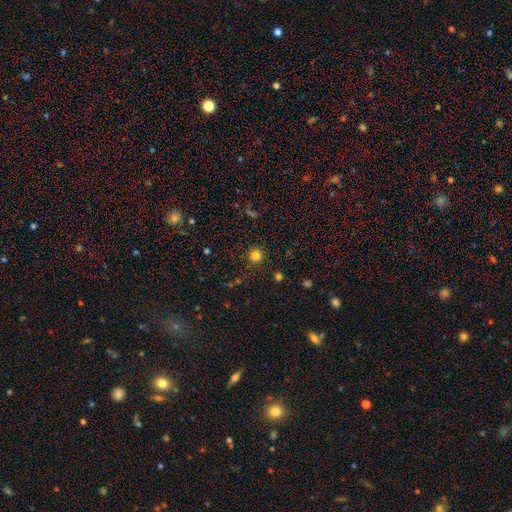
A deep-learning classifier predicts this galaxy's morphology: A smooth galaxy with no disk features (80%) that is round (94%).

Vote fractions:
- Smooth or featured? smooth: 80% / star or artifact: 16% / featured or disk: 5%
- How rounded? round: 94% / in between: 5% / cigar-shaped: 1%
- Merging? none: 89% / minor disturbance: 7% / major disturbance: 3% / merger: 2%